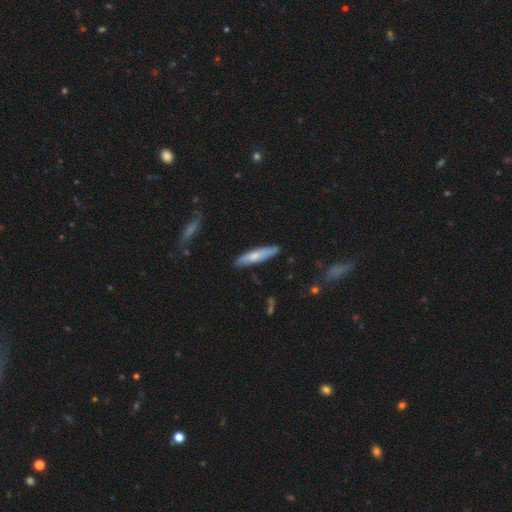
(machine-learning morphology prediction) Smooth or featured? Predicted: smooth (p=0.63). How rounded? Predicted: cigar-shaped (p=0.81). Merging? Predicted: none (p=0.83).